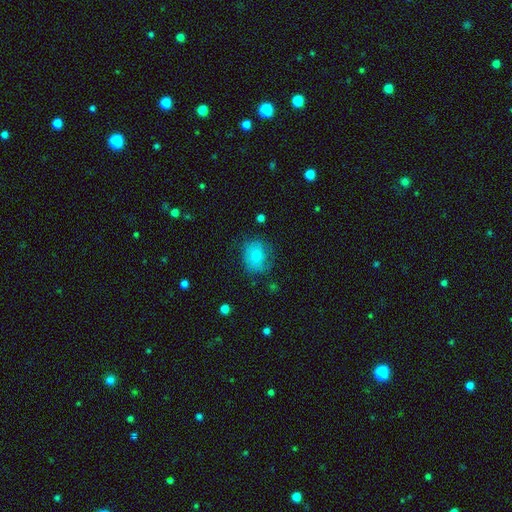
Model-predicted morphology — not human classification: A smooth galaxy with no disk features (76%) that is round (65%).

Vote fractions:
- Smooth or featured? smooth: 76% / featured or disk: 16% / star or artifact: 8%
- How rounded? round: 65% / in between: 34% / cigar-shaped: 1%
- Merging? none: 60% / minor disturbance: 26% / major disturbance: 12% / merger: 2%